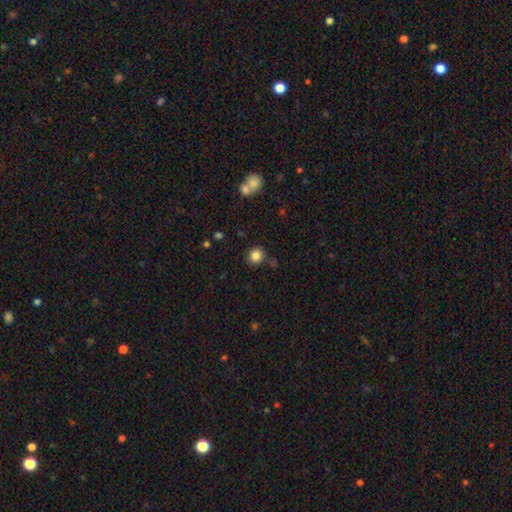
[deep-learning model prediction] smooth_or_featured: smooth (p=0.84) [alt: star or artifact p=0.11]
how_rounded: round (p=0.86) [alt: in between p=0.14]
merging: none (p=0.83) [alt: minor disturbance p=0.09]